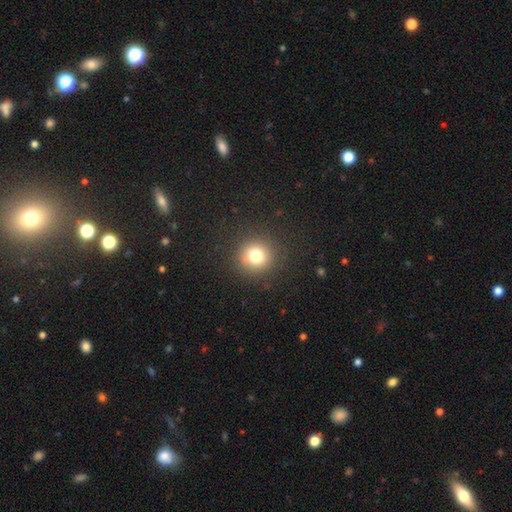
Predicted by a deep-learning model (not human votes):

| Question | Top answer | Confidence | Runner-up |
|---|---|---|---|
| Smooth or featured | smooth | 78% | star or artifact (14%) |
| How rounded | round | 92% | in between (7%) |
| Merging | none | 90% | minor disturbance (6%) |